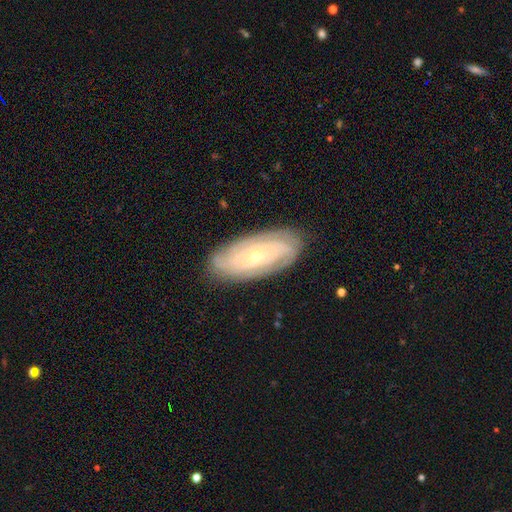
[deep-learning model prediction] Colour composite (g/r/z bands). It shows a featured or disk galaxy (80%) with no bar (77%), tight (74%) spiral arms (94%) and a small central bulge (79%). Merging: none (83%).